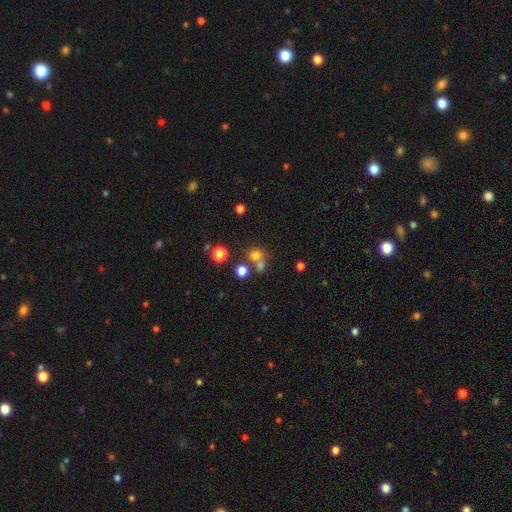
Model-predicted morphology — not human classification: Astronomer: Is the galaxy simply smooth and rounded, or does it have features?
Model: smooth — 69%.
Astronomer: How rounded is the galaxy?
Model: round — 82%.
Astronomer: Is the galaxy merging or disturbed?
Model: none — 55% (runner-up: merger, 33%).